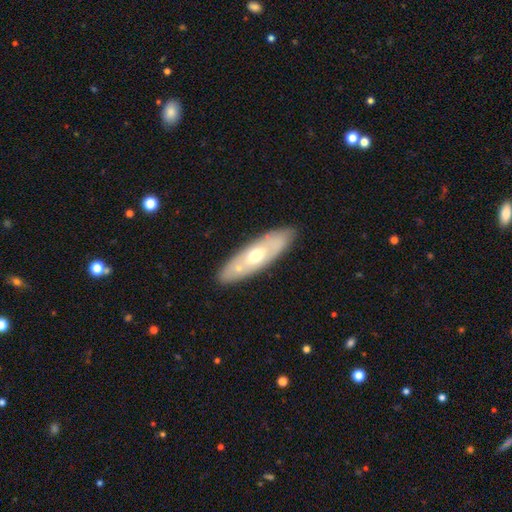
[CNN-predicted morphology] type=featured or disk (49%); merging=none (80%).